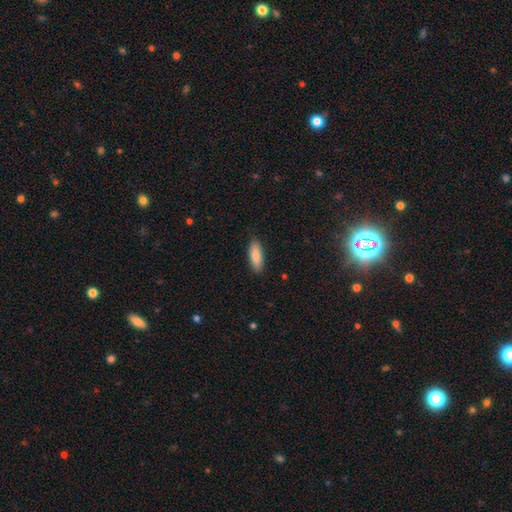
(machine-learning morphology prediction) Overall: smooth (85%). How rounded: in between (59%; cigar-shaped 39%). Merging: none (87%).